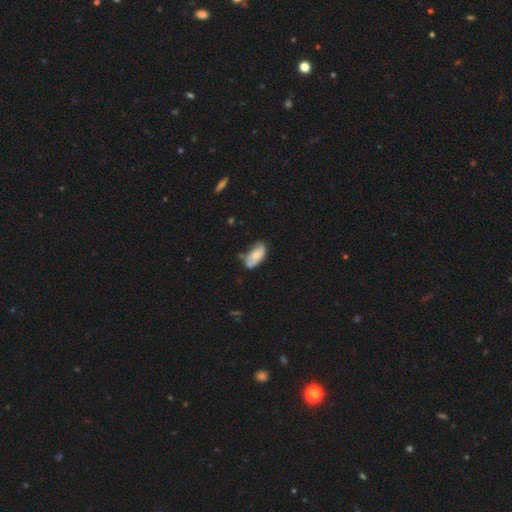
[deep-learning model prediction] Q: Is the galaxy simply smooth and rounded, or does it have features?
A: smooth — 69%.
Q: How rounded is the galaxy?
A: in between — 92%.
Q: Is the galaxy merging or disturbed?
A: none — 58%.